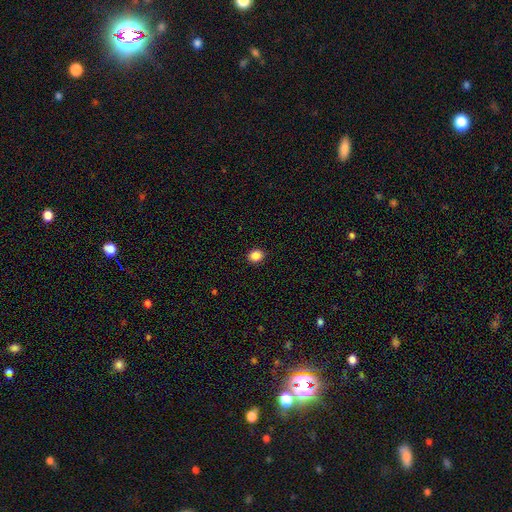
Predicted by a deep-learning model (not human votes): Morphology: type=smooth (86%); roundness=round (70%); merging=none (92%).